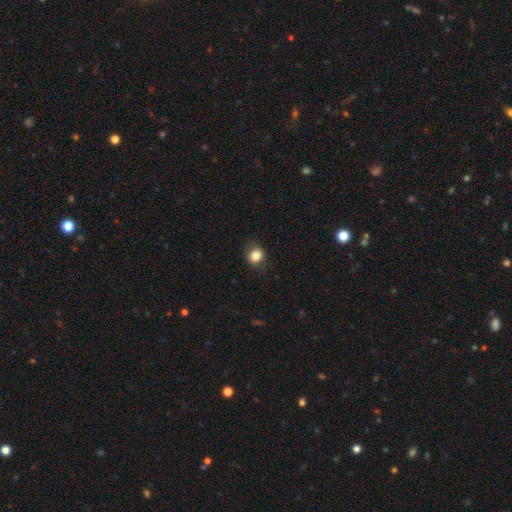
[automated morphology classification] smooth-or-featured: smooth: 84% | star or artifact: 10% | featured or disk: 6%
  how-rounded: round: 77% | in between: 22% | cigar-shaped: 1%
  merging: none: 81% | minor disturbance: 15% | major disturbance: 4% | merger: 1%